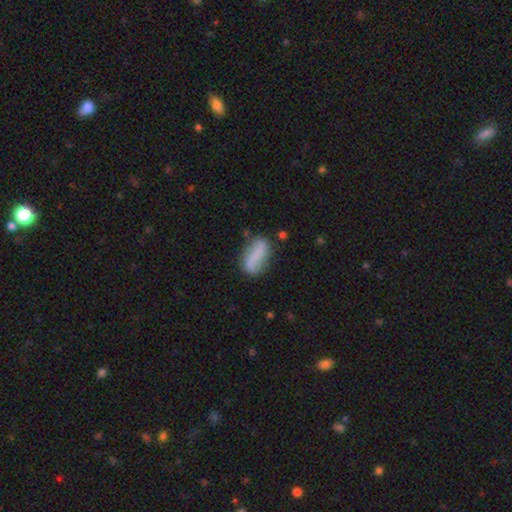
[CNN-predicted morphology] smooth-or-featured: smooth: 66% | featured or disk: 26% | star or artifact: 8%
  how-rounded: in between: 71% | cigar-shaped: 24% | round: 5%
  merging: none: 68% | minor disturbance: 21% | major disturbance: 6% | merger: 5%